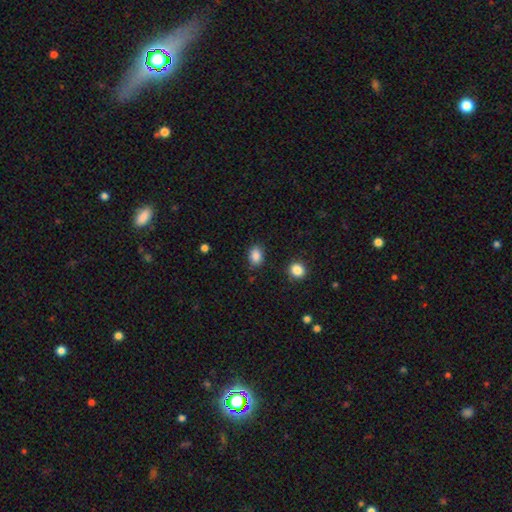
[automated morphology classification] Smooth or featured?
  - smooth: 87% *
  - star or artifact: 9%
  - featured or disk: 4%
How rounded?
  - in between: 73% *
  - round: 26%
  - cigar-shaped: 1%
Merging?
  - none: 84% *
  - minor disturbance: 11%
  - major disturbance: 3%
  - merger: 3%